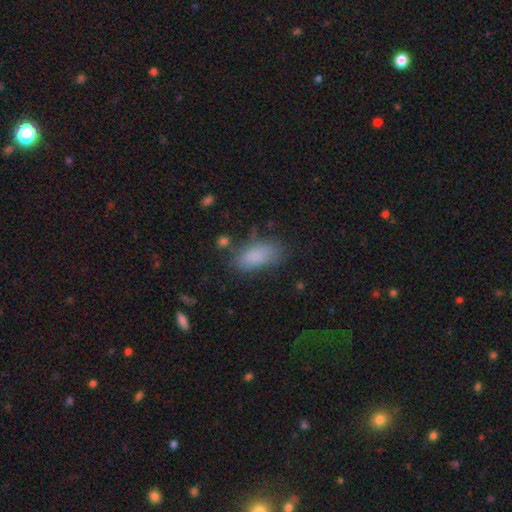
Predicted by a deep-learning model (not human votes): This is clearly a smooth galaxy (83%). How rounded: clearly in between (90%). Merging: likely none (61%).